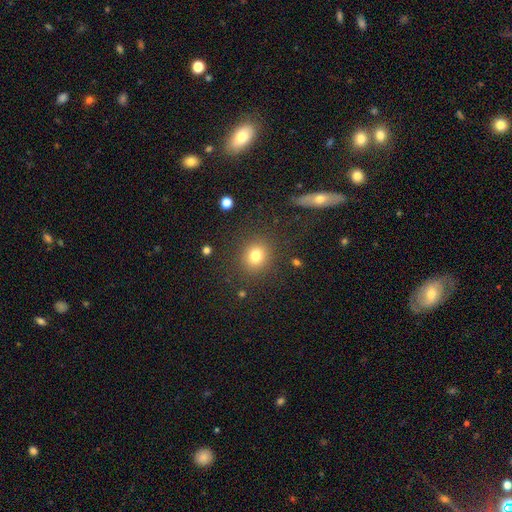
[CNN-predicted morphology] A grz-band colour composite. It shows a smooth galaxy with no disk features (79%) that is round (80%). Merging: none (86%).